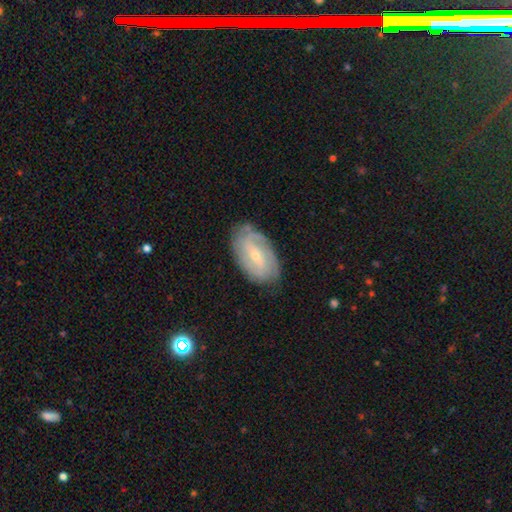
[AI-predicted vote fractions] This is likely a featured or disk galaxy (76%). It is clearly not viewed edge-on (95%). Bar: possibly weak (47%). Spiral arm pattern: clearly yes (88%). Spiral arm count: marginally 2 (41%). Spiral winding: possibly tight (52%). Central bulge: likely small (69%). Merging: likely none (78%).